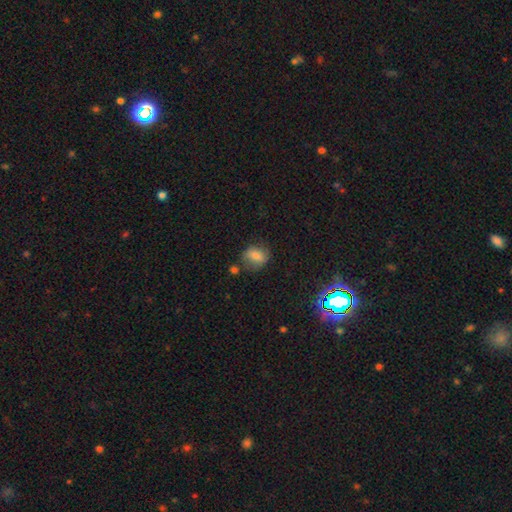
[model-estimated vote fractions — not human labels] Morphology: type=smooth (73%); roundness=in between (49%, tied with round); merging=none (67%).